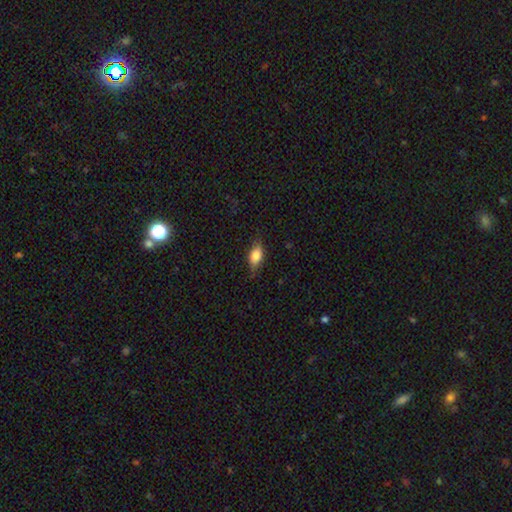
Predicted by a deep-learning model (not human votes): Smooth or featured?
  - smooth: 76% *
  - featured or disk: 16%
  - star or artifact: 8%
How rounded?
  - in between: 83% *
  - cigar-shaped: 11%
  - round: 6%
Merging?
  - none: 76% *
  - minor disturbance: 19%
  - major disturbance: 4%
  - merger: 1%